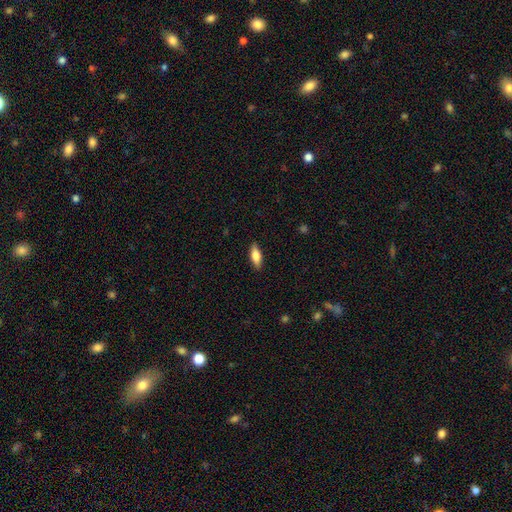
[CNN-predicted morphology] smooth-or-featured: smooth: 71% | featured or disk: 22% | star or artifact: 6%
  how-rounded: in between: 66% | cigar-shaped: 31% | round: 3%
  merging: none: 88% | minor disturbance: 9% | major disturbance: 2% | merger: 1%